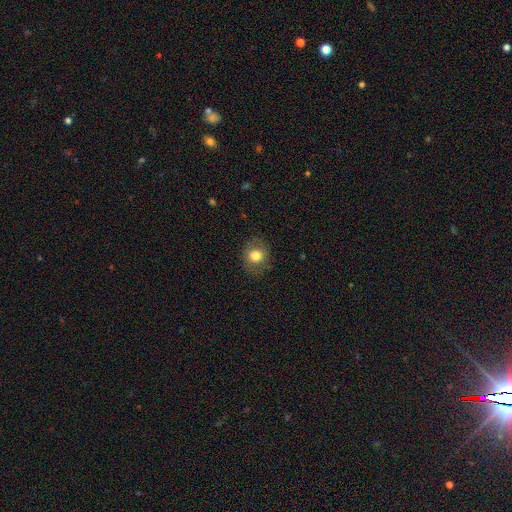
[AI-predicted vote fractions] A smooth galaxy with no disk features (78%) that is round (73%). Merging: none (83%).